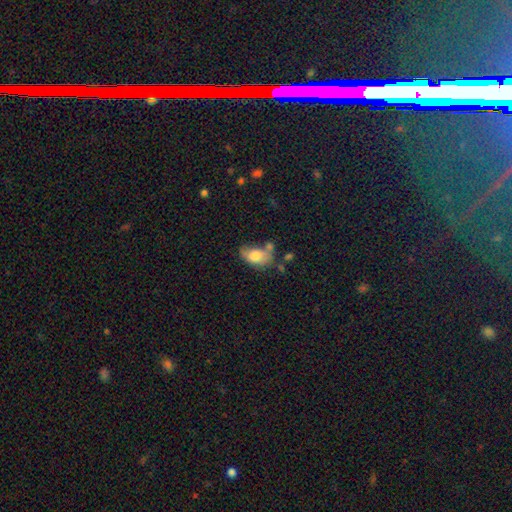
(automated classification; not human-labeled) Q: Smooth or featured?
A: smooth (74%); runner-up: featured or disk (18%)
Q: How rounded?
A: in between (90%); runner-up: round (9%)
Q: Merging?
A: none (37%); runner-up: minor disturbance (29%)